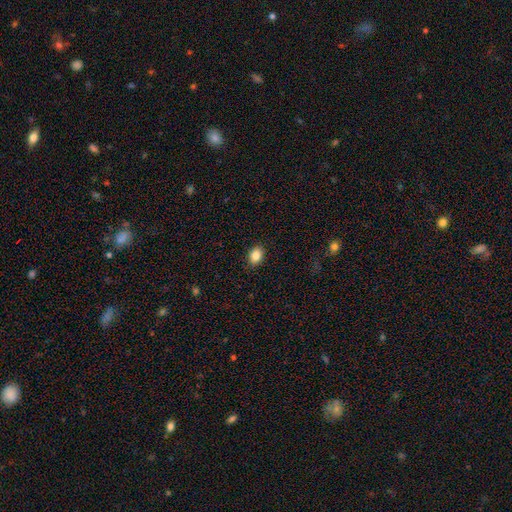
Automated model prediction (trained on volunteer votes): This appears to be a smooth galaxy with no disk features (86%) that is in between round and cigar-shaped (74%). Merging: none (89%).